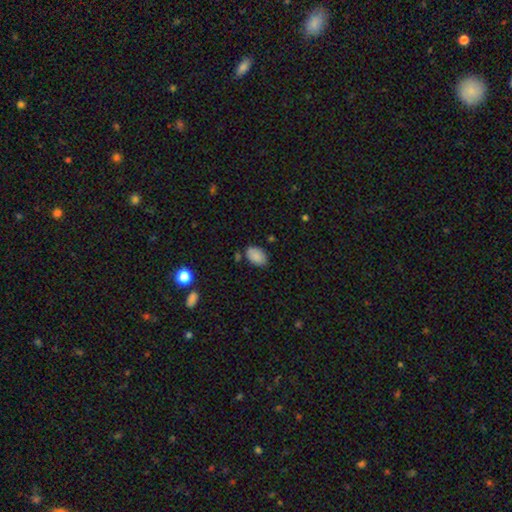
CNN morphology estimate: type=smooth (86%); roundness=in between (90%); merging=none (74%).